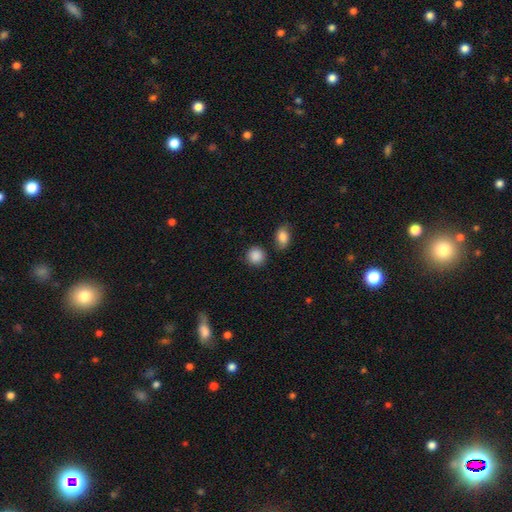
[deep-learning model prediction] smooth 88%, star or artifact 8%, featured or disk 4%. Down the decision tree: how rounded — round (87%); merging — none (80%).